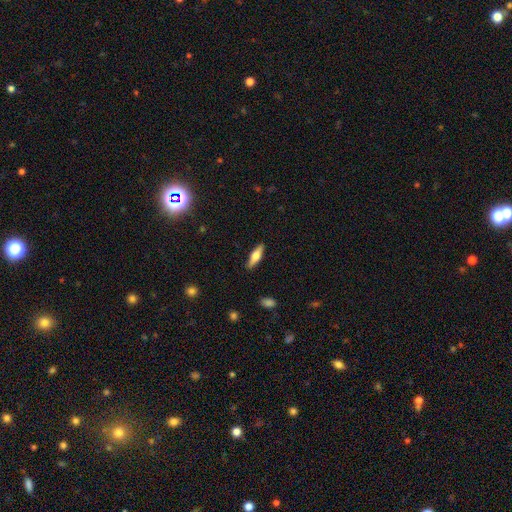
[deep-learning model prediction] Q: Smooth or featured?
A: featured or disk (47%); runner-up: smooth (46%)
Q: Merging?
A: none (88%); runner-up: minor disturbance (9%)